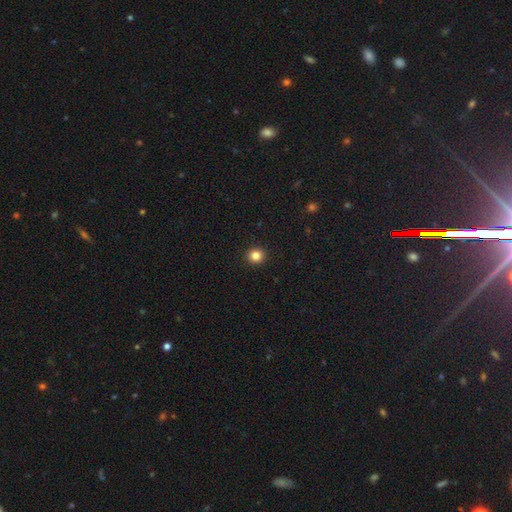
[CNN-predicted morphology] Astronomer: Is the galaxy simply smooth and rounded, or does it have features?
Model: smooth — 84%.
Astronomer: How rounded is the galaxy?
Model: round — 90%.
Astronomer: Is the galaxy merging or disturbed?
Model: none — 93%.